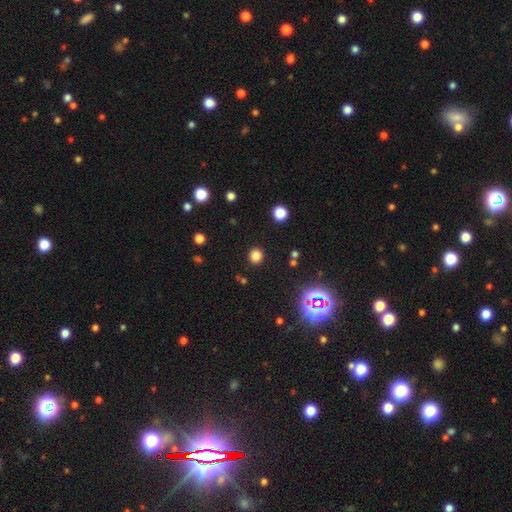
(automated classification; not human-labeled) A smooth galaxy with no disk features (79%) that is round (85%).

Vote fractions:
- Smooth or featured? smooth: 79% / star or artifact: 17% / featured or disk: 5%
- How rounded? round: 85% / in between: 14% / cigar-shaped: 1%
- Merging? none: 90% / minor disturbance: 6% / major disturbance: 3% / merger: 2%